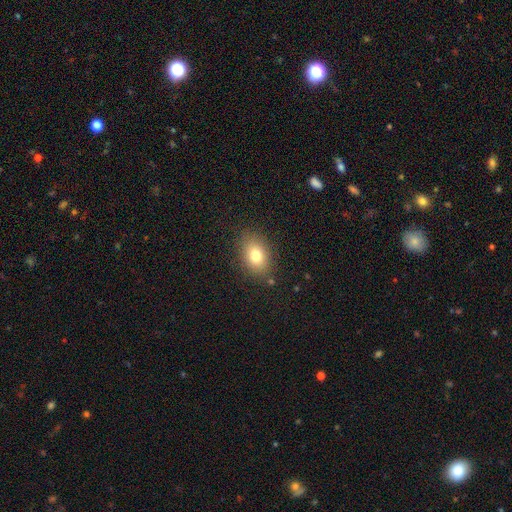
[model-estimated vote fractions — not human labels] The model was most divided on "how rounded": in between: 74%, round: 24%, cigar-shaped: 1%. More confident: merging — none (85%); smooth or featured — smooth (78%).